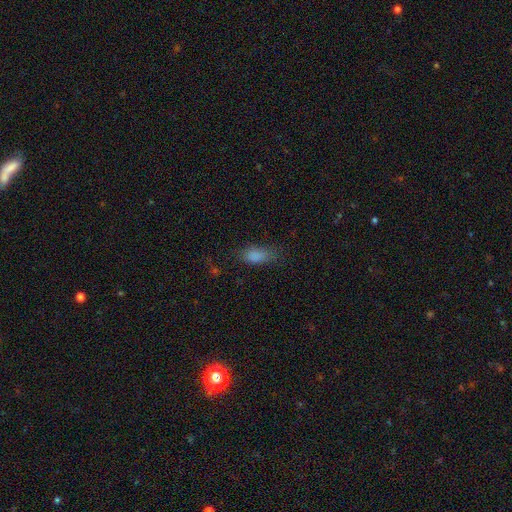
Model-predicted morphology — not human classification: smooth-or-featured: smooth: 84% | star or artifact: 10% | featured or disk: 6%
  how-rounded: in between: 83% | cigar-shaped: 13% | round: 4%
  merging: none: 62% | minor disturbance: 25% | major disturbance: 10% | merger: 2%